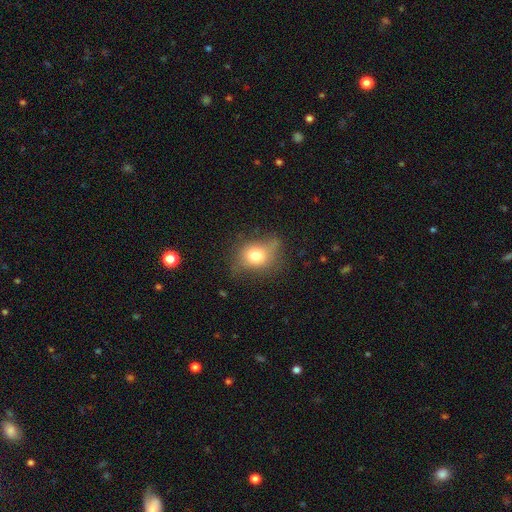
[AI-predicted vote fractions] smooth-or-featured: smooth: 70% | featured or disk: 19% | star or artifact: 11%
  how-rounded: in between: 50% | round: 48% | cigar-shaped: 2%
  merging: none: 54% | minor disturbance: 30% | major disturbance: 13% | merger: 3%